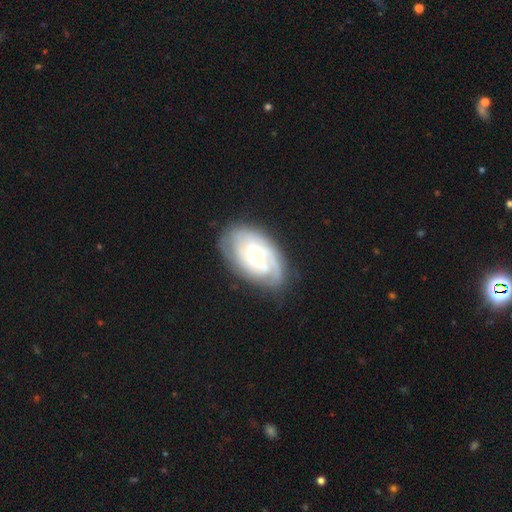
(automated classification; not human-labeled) featured or disk 75%, smooth 19%, star or artifact 6%. Down the decision tree: edge-on disk — no (95%); bar — no (67%); spiral arms — yes (92%); spiral arm count — can't tell (39%); spiral winding — tight (62%); bulge size — small (58%); merging — none (74%).